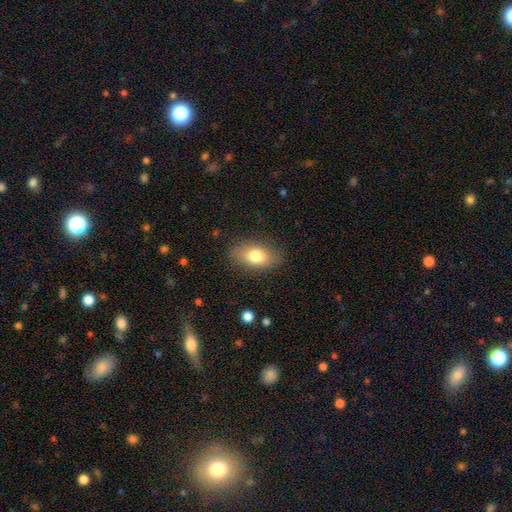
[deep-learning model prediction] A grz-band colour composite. It shows a smooth galaxy with no disk features (76%) that is in between round and cigar-shaped (87%). Merging: none (82%).